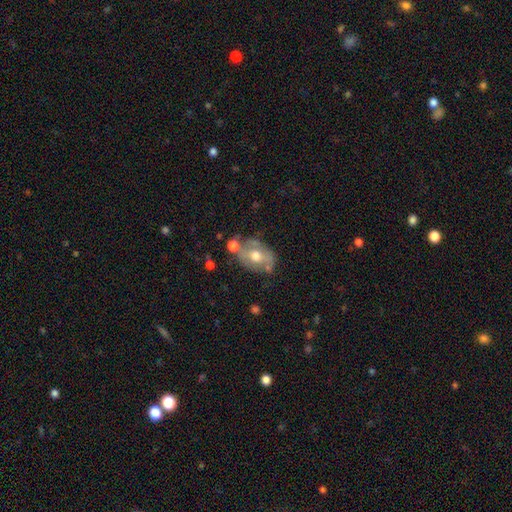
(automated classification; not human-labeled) smooth_or_featured: featured or disk (p=0.50) [alt: smooth p=0.42]
merging: none (p=0.55) [alt: minor disturbance p=0.22]